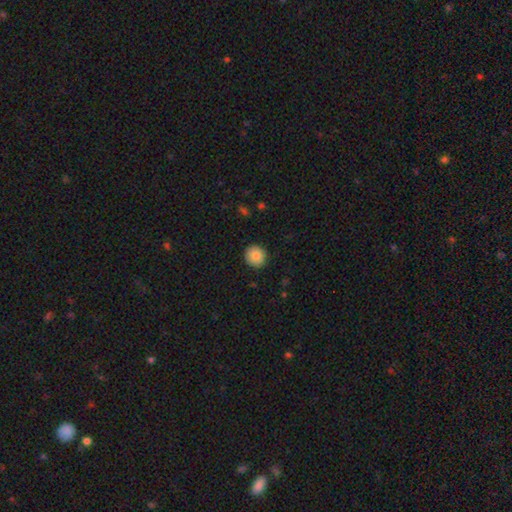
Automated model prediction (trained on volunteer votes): Smooth or featured? Predicted: smooth (p=0.86). How rounded? Predicted: round (p=0.92). Merging? Predicted: none (p=0.90).